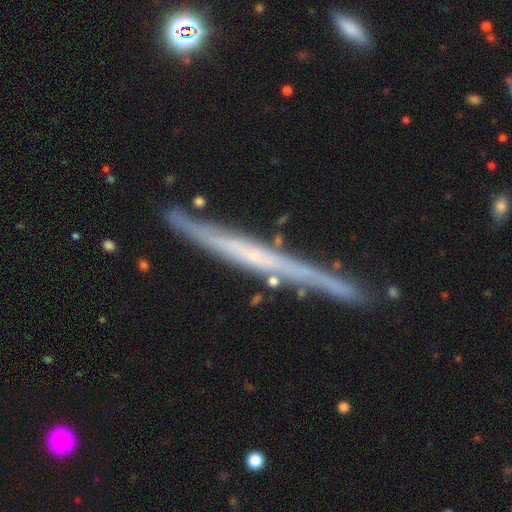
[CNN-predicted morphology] This appears to be a featured or disk galaxy (72%) viewed edge-on (95%) with no central bulge (81%). Merging: none (80%).